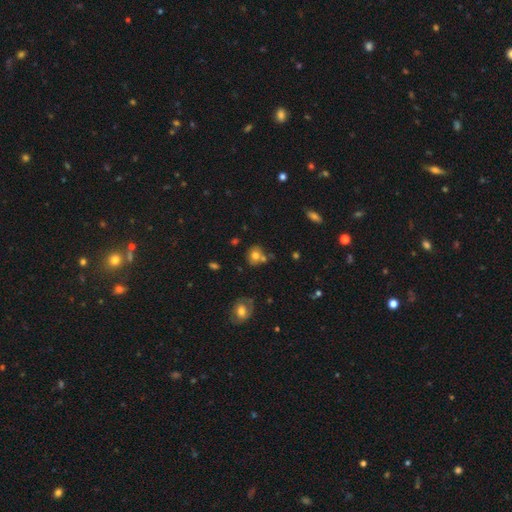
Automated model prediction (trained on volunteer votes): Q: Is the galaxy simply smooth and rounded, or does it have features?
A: smooth — 73%.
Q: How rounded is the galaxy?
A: round — 75%.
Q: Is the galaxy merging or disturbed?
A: none — 60%.